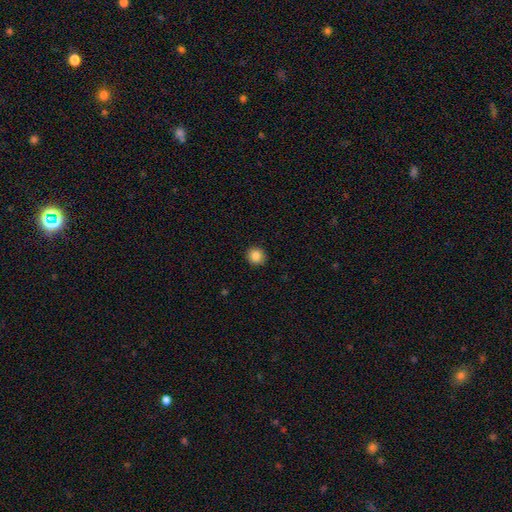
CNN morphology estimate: Smooth or featured? smooth (85%)
How rounded? round (88%)
Merging? none (91%)